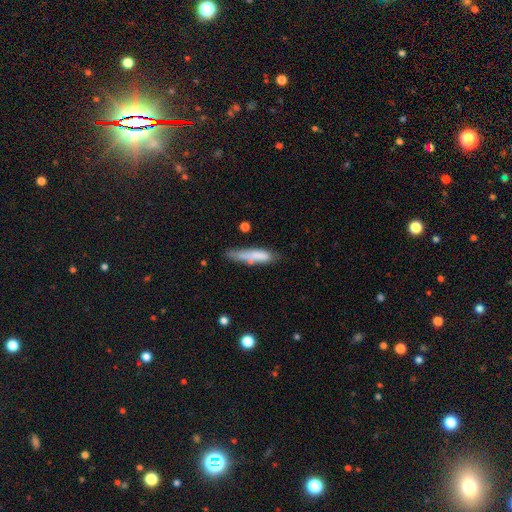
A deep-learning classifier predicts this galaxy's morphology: The model was most divided on "merging": none: 57%, minor disturbance: 27%, major disturbance: 9%, merger: 8%. More confident: how rounded — cigar-shaped (81%); smooth or featured — smooth (74%).